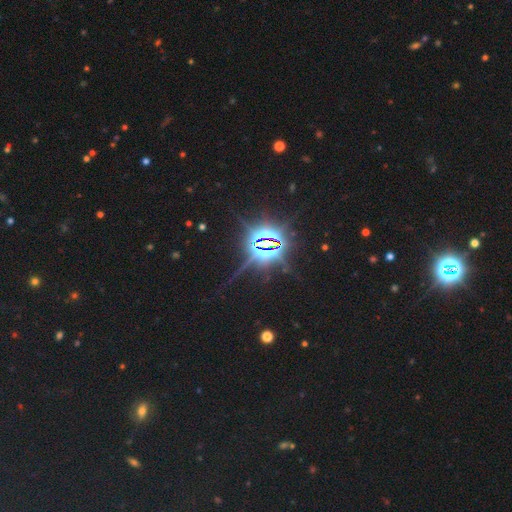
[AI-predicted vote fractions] A star or artifact, not a galaxy (81%).